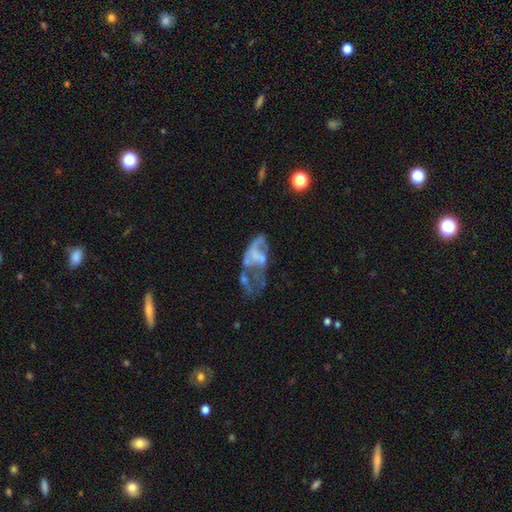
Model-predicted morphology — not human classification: Smooth or featured?
  - featured or disk: 62% *
  - smooth: 26%
  - star or artifact: 12%
Edge-on disk?
  - no: 96% *
  - yes: 4%
Bar?
  - no: 80% *
  - weak: 15%
  - strong: 5%
Spiral arms?
  - no: 77% *
  - yes: 23%
Bulge size?
  - none: 66% *
  - small: 14%
  - moderate: 13%
  - large: 5%
  - dominant: 2%
Merging?
  - major disturbance: 41% *
  - merger: 28%
  - none: 18%
  - minor disturbance: 14%